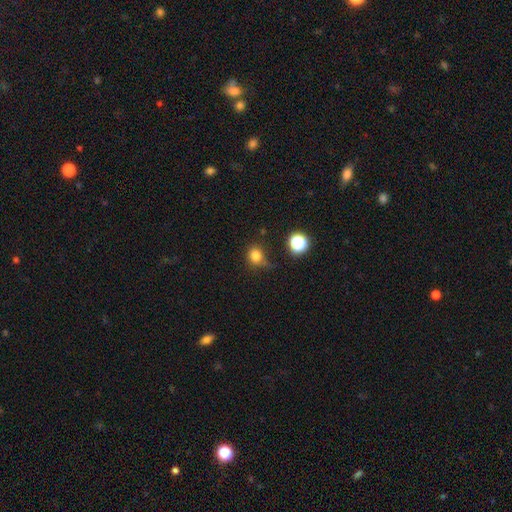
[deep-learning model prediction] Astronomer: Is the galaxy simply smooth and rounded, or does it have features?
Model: smooth — 80%.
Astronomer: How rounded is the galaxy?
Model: round — 78%.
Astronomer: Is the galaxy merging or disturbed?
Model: none — 64%.